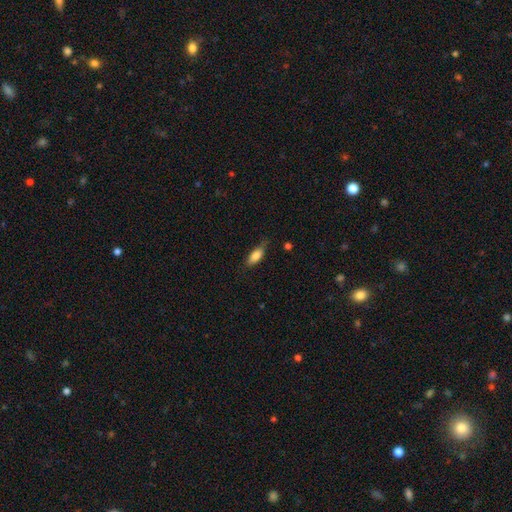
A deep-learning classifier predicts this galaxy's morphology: smooth-or-featured: smooth: 81% | featured or disk: 12% | star or artifact: 7%
  how-rounded: in between: 75% | cigar-shaped: 22% | round: 3%
  merging: none: 68% | minor disturbance: 25% | major disturbance: 5% | merger: 2%